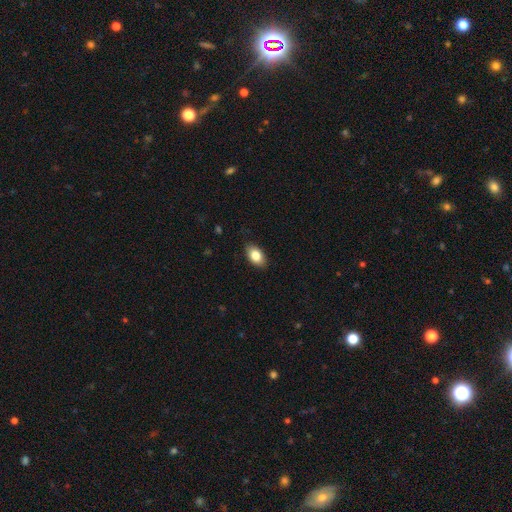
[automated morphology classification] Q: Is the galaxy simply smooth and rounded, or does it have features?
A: smooth — 85%.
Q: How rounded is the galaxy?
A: in between — 92%.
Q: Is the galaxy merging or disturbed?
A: none — 87%.